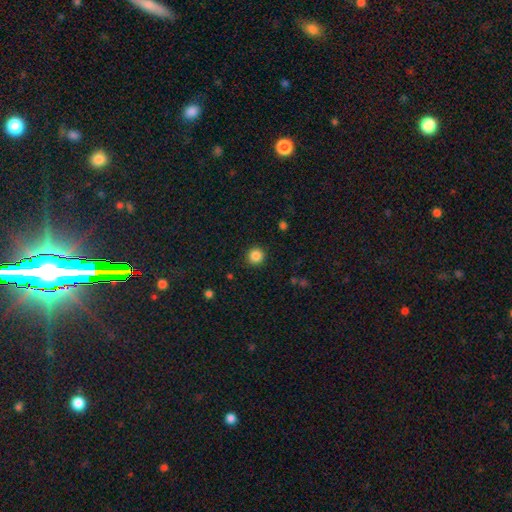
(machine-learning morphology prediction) smooth_or_featured: smooth (p=0.86) [alt: star or artifact p=0.11]
how_rounded: round (p=0.94) [alt: in between p=0.06]
merging: none (p=0.91) [alt: minor disturbance p=0.06]